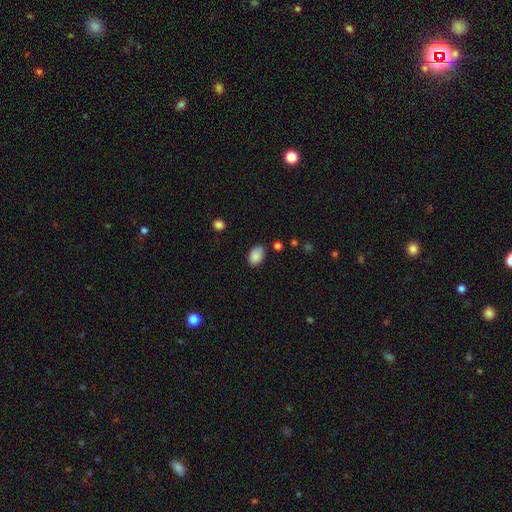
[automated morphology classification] Smooth or featured? Predicted: smooth (p=0.88). How rounded? Predicted: in between (p=0.86). Merging? Predicted: none (p=0.80).